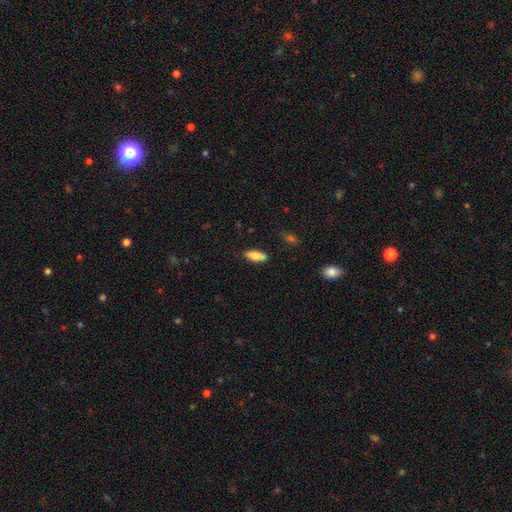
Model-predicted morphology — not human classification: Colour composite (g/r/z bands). It shows a smooth galaxy with no disk features (75%) that is in between round and cigar-shaped (72%). Merging: none (81%).